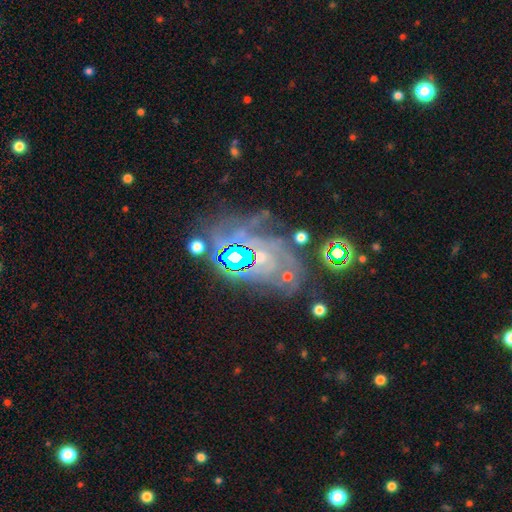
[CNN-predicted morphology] The model was most divided on "smooth or featured": featured or disk: 60%, star or artifact: 30%, smooth: 10%. More confident: edge-on disk — no (96%); spiral arms — yes (87%); bar — no (65%); bulge size — small (61%); merging — none (58%).